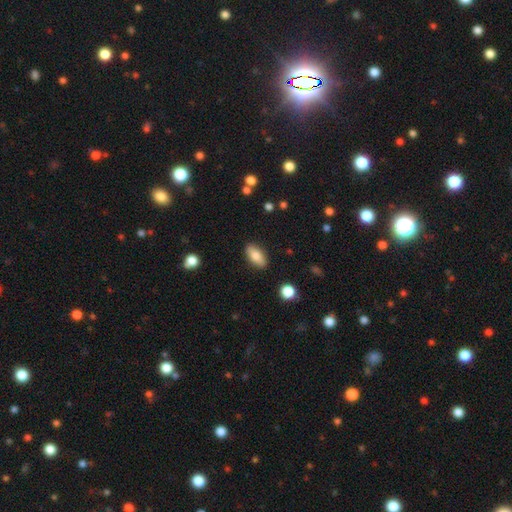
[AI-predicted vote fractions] smooth-or-featured: smooth: 80% | featured or disk: 13% | star or artifact: 7%
  how-rounded: in between: 88% | cigar-shaped: 8% | round: 4%
  merging: none: 87% | minor disturbance: 9% | major disturbance: 2% | merger: 1%